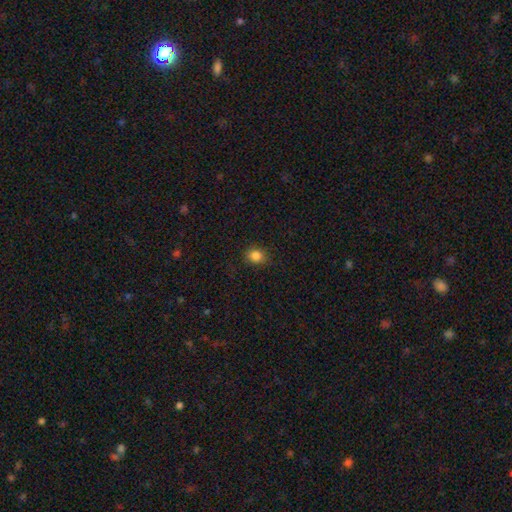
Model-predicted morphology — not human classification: smooth 84%, star or artifact 12%, featured or disk 4%. Down the decision tree: how rounded — round (64%); merging — none (84%).